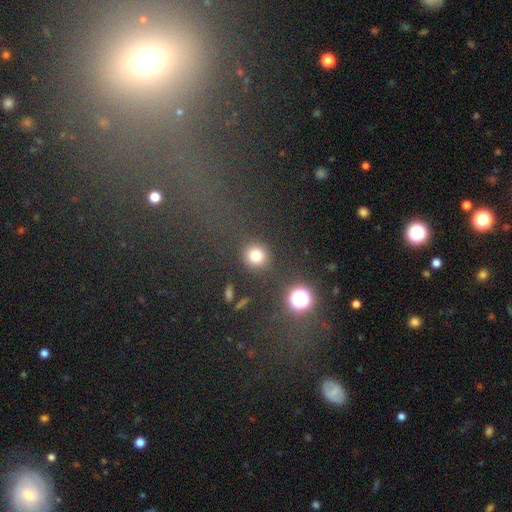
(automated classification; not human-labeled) A smooth galaxy with no disk features (77%) that is round (89%).

Vote fractions:
- Smooth or featured? smooth: 77% / star or artifact: 16% / featured or disk: 6%
- How rounded? round: 89% / in between: 10% / cigar-shaped: 1%
- Merging? none: 86% / minor disturbance: 7% / major disturbance: 4% / merger: 3%